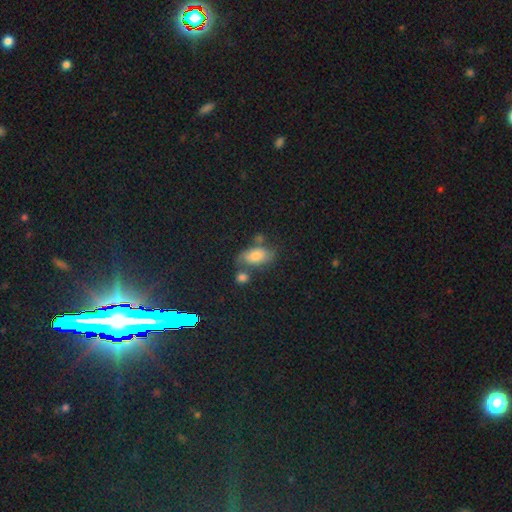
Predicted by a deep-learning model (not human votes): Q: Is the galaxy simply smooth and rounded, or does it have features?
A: smooth — 62%.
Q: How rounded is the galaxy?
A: in between — 86%.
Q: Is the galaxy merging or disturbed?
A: none — 54%.